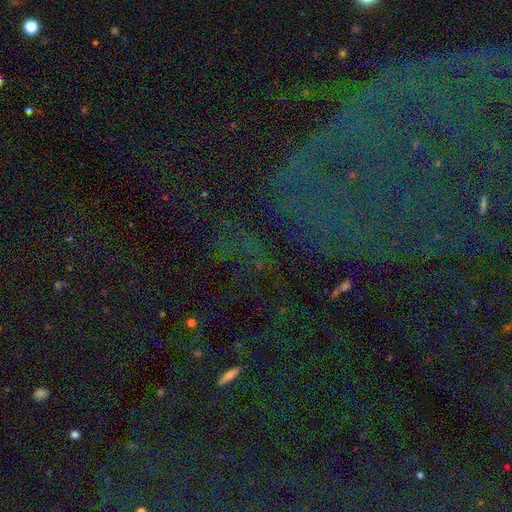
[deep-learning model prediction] Smooth or featured? star or artifact (71%)